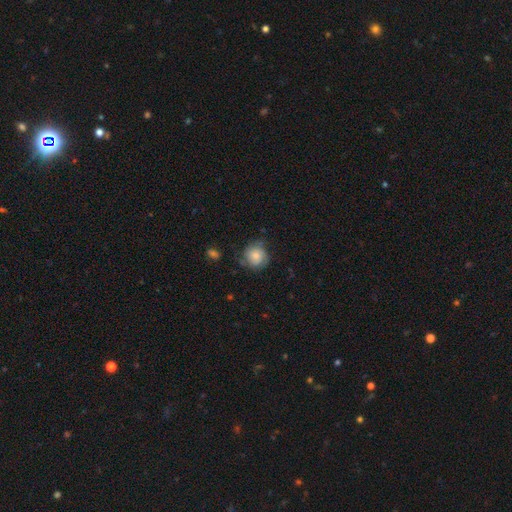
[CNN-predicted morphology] Smooth or featured? smooth (71%)
How rounded? round (88%)
Merging? none (66%)